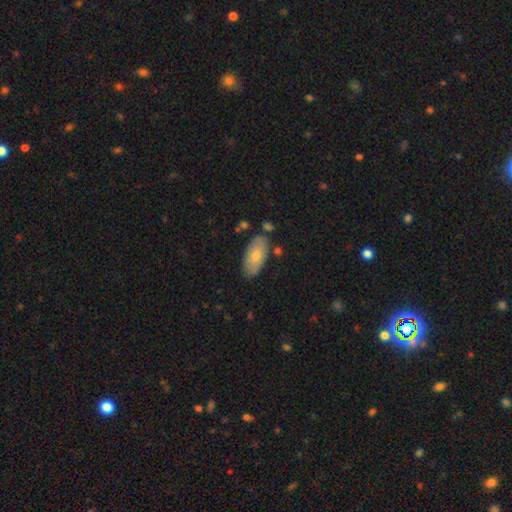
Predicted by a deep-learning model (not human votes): smooth 67%, featured or disk 26%, star or artifact 7%. Down the decision tree: how rounded — in between (92%); merging — none (79%).